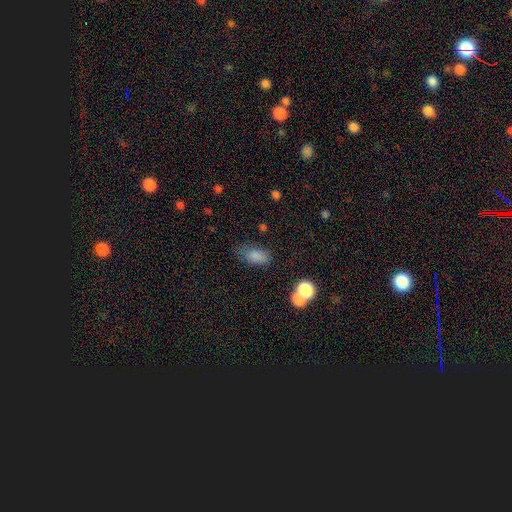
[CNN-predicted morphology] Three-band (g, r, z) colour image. It shows a smooth galaxy with no disk features (81%) that is in between round and cigar-shaped (86%). Merging: none (56%).